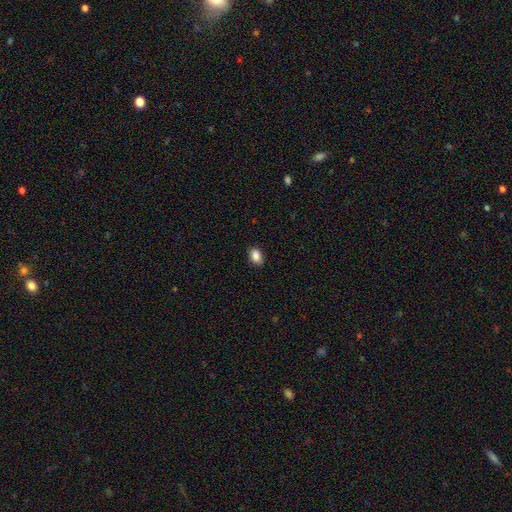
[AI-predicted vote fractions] Smooth or featured: smooth — 88% (star or artifact — 9%)
How rounded: in between — 75% (round — 24%)
Merging: none — 89% (minor disturbance — 8%)